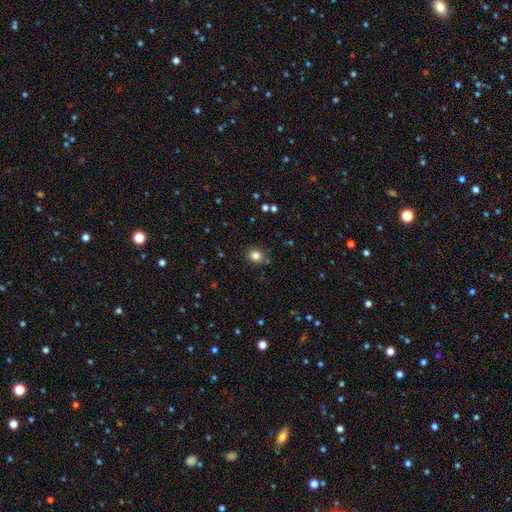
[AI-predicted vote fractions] Q: Smooth or featured?
A: smooth (82%); runner-up: star or artifact (13%)
Q: How rounded?
A: round (79%); runner-up: in between (20%)
Q: Merging?
A: none (86%); runner-up: minor disturbance (9%)